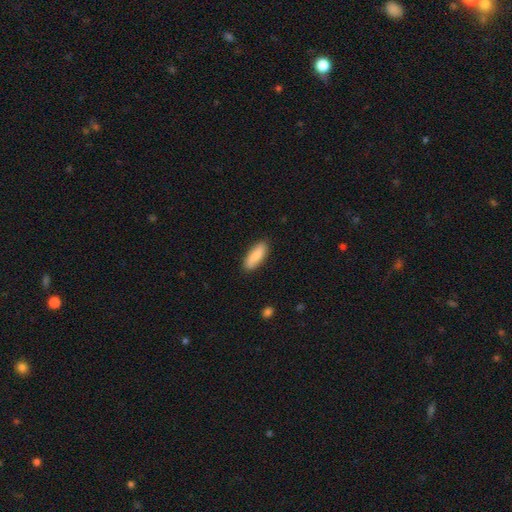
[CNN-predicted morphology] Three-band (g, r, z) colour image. It shows a smooth galaxy with no disk features (86%) that is in between round and cigar-shaped (66%). Merging: none (87%).